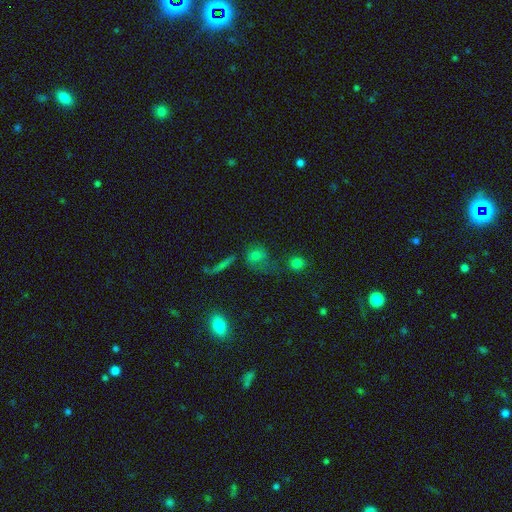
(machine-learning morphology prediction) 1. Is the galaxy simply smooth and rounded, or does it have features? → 66% smooth, 18% star or artifact, 16% featured or disk.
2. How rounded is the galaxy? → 65% round, 31% in between, 4% cigar-shaped.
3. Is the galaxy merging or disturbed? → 51% none, 18% minor disturbance, 16% major disturbance, 15% merger.